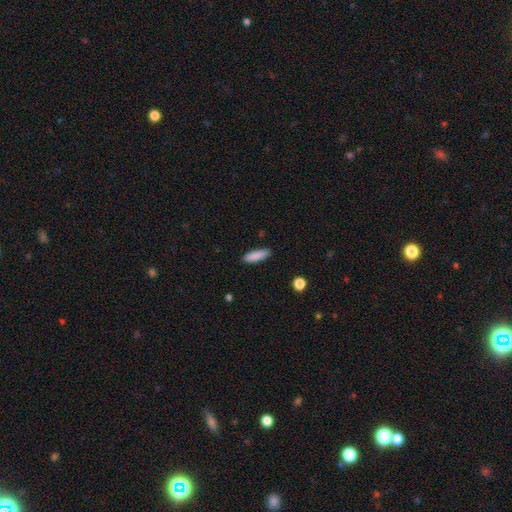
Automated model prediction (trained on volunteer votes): Smooth or featured? smooth (87%)
How rounded? cigar-shaped (61%)
Merging? none (86%)